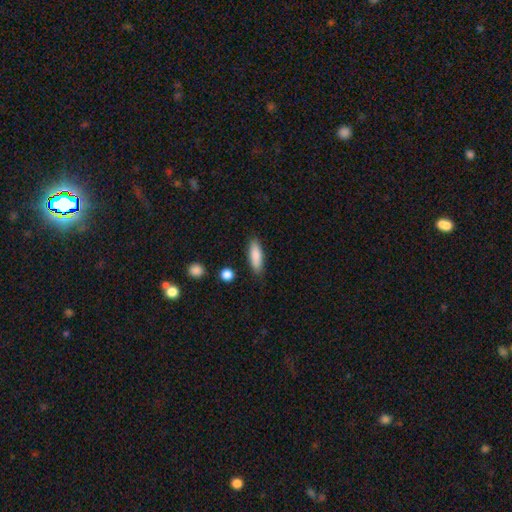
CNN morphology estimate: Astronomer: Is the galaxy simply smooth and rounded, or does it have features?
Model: smooth — 85%.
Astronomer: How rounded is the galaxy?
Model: in between — 54% (runner-up: cigar-shaped, 44%).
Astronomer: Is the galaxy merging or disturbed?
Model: none — 85%.